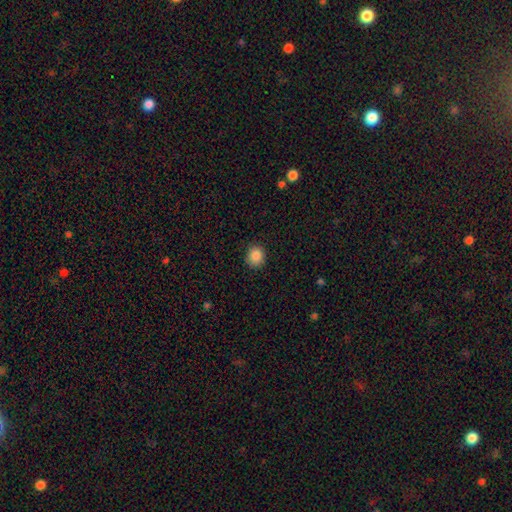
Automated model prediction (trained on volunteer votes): The model was most divided on "how rounded": round: 72%, in between: 27%, cigar-shaped: 1%. More confident: smooth or featured — smooth (87%); merging — none (87%).